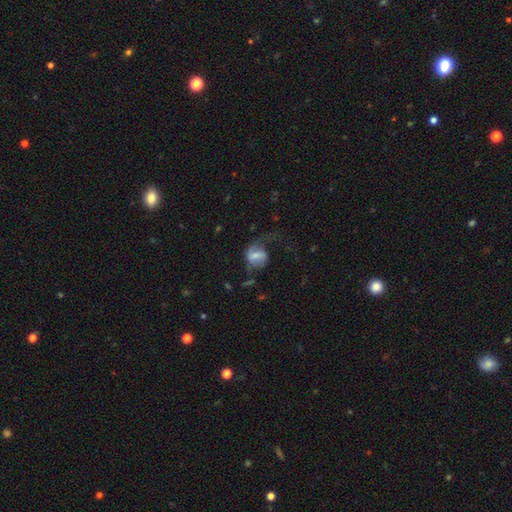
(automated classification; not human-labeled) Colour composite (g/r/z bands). It shows a featured or disk galaxy (51%). Merging: major disturbance (44%).